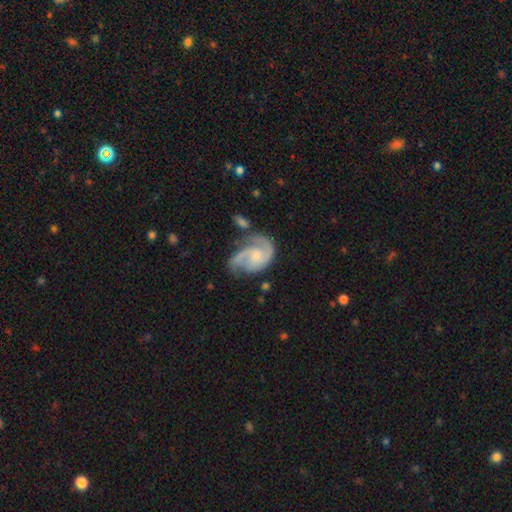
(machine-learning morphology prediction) featured or disk 85%, smooth 10%, star or artifact 5%. Down the decision tree: edge-on disk — no (98%); bar — no (62%); spiral arms — yes (96%); spiral arm count — 2 (75%); spiral winding — medium (50%); bulge size — small (52%); merging — none (47%).